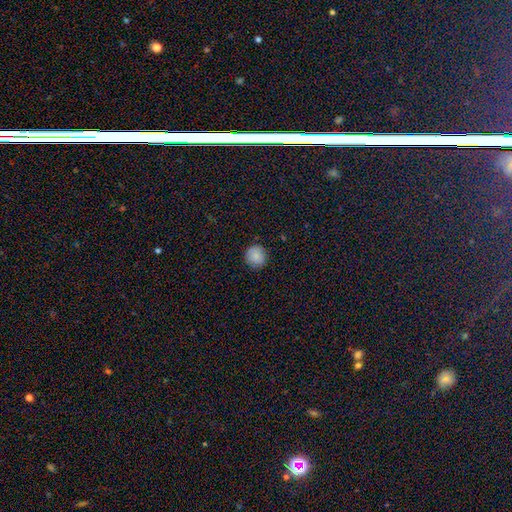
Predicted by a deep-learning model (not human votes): A smooth galaxy with no disk features (85%) that is round (92%). Merging: none (88%).